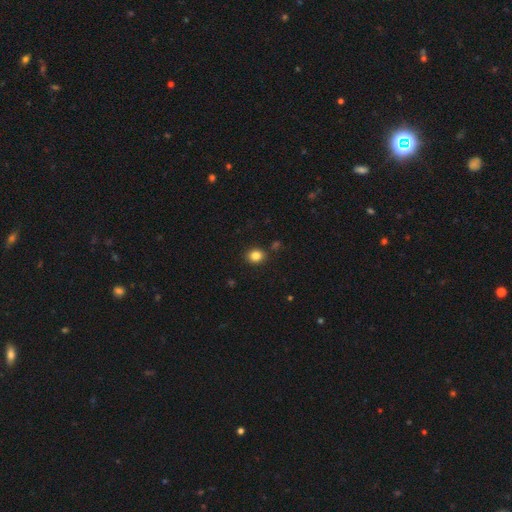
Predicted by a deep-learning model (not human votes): This is clearly a smooth galaxy (84%). How rounded: likely round (71%). Merging: clearly none (87%).